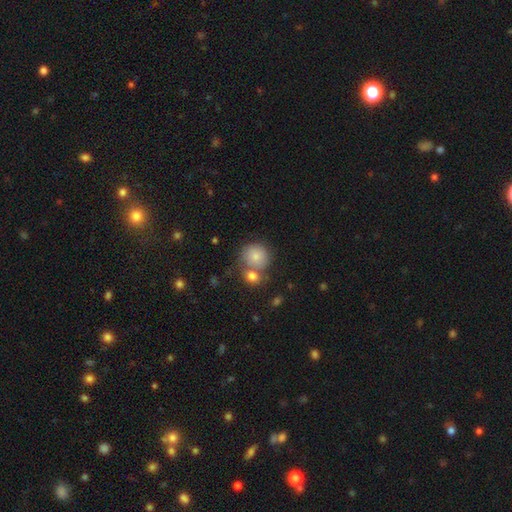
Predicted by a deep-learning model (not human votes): This is clearly a smooth galaxy (81%). How rounded: clearly round (86%). Merging: possibly none (47%).